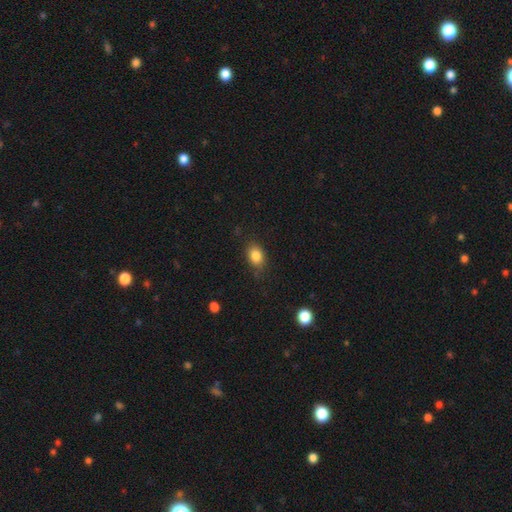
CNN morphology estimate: smooth-or-featured: smooth: 85% | star or artifact: 9% | featured or disk: 6%
  how-rounded: in between: 73% | round: 26% | cigar-shaped: 1%
  merging: none: 79% | minor disturbance: 16% | major disturbance: 4% | merger: 1%